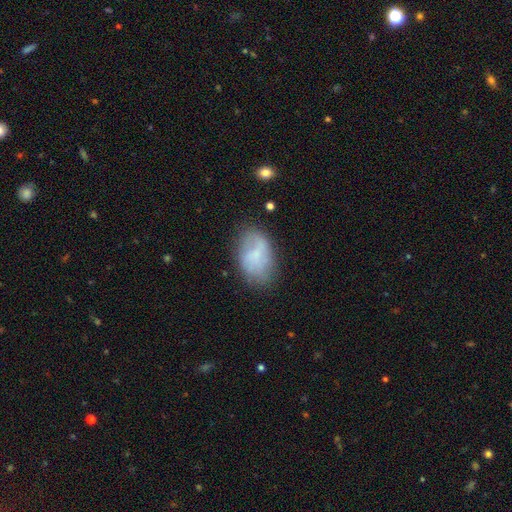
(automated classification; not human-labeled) This appears to be a smooth galaxy with no disk features (56%) that is in between round and cigar-shaped (90%). Merging: none (60%).